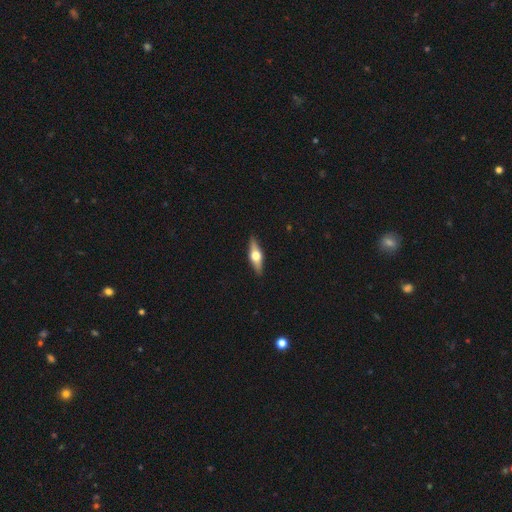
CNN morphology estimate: Smooth or featured?
  - featured or disk: 60% *
  - smooth: 34%
  - star or artifact: 6%
Edge-on disk?
  - yes: 94% *
  - no: 6%
Edge-on bulge?
  - rounded: 95% *
  - boxy: 3%
  - none: 1%
Merging?
  - none: 90% *
  - minor disturbance: 8%
  - major disturbance: 2%
  - merger: 1%